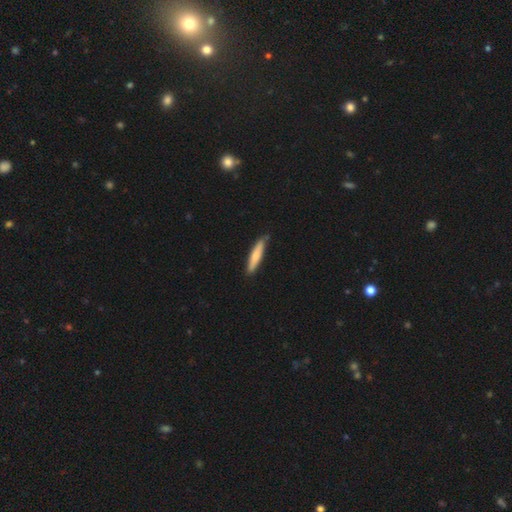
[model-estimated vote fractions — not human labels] This is likely a smooth galaxy (72%). How rounded: clearly cigar-shaped (88%). Merging: clearly none (83%).